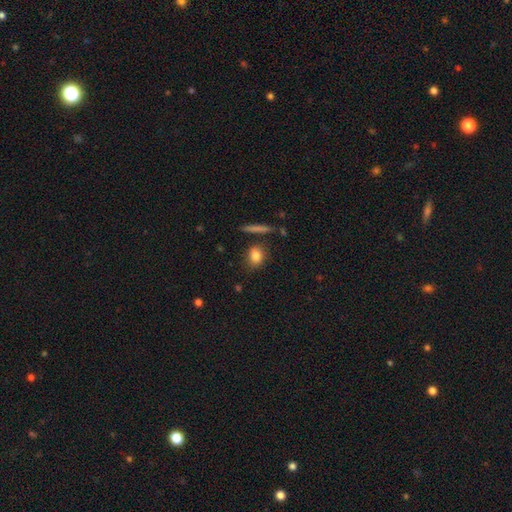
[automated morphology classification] smooth 83%, star or artifact 9%, featured or disk 8%. Down the decision tree: how rounded — round (51%); merging — none (79%).